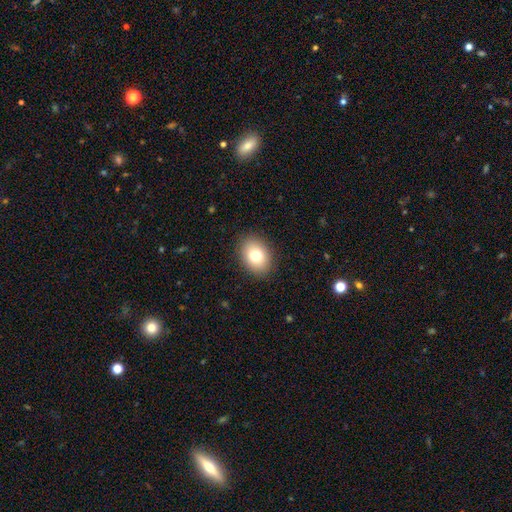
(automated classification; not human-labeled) Q: Smooth or featured?
A: smooth (79%); runner-up: featured or disk (12%)
Q: How rounded?
A: in between (67%); runner-up: round (32%)
Q: Merging?
A: none (89%); runner-up: minor disturbance (8%)